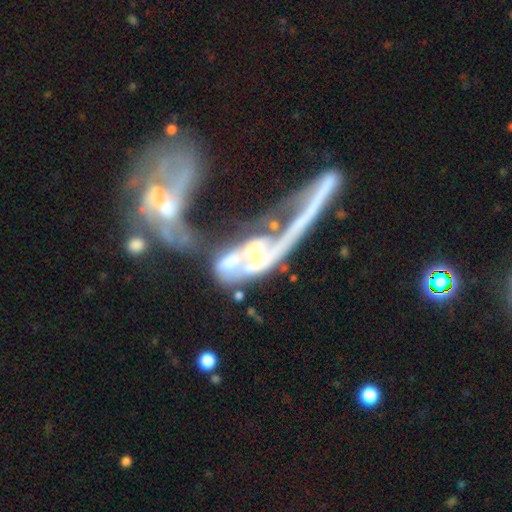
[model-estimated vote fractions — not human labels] Smooth or featured: featured or disk — 68% (smooth — 20%)
Edge-on disk: no — 85% (yes — 15%)
Bar: no — 75% (weak — 15%)
Spiral arms: no — 58% (yes — 42%)
Bulge size: none — 49% (small — 22%)
Merging: merger — 65% (major disturbance — 21%)